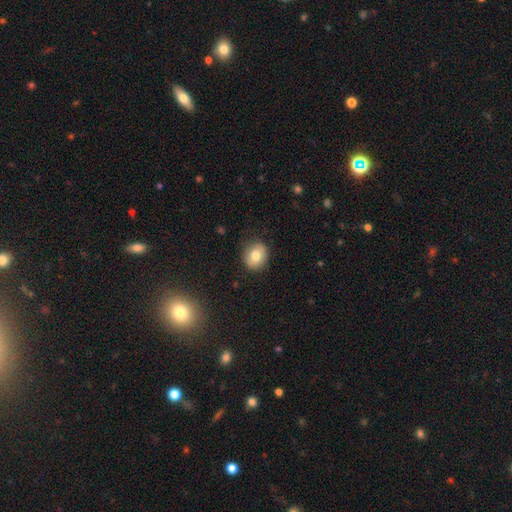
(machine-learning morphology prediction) Overall: smooth (76%). How rounded: round (74%). Merging: none (85%).